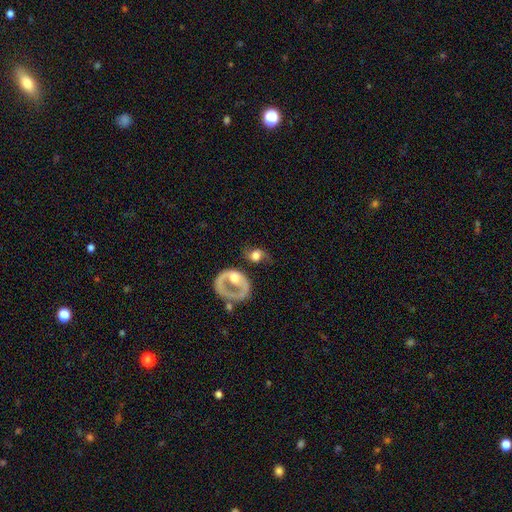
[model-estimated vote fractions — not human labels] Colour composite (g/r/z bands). It shows a featured or disk galaxy (50%). Merging: none (34%).